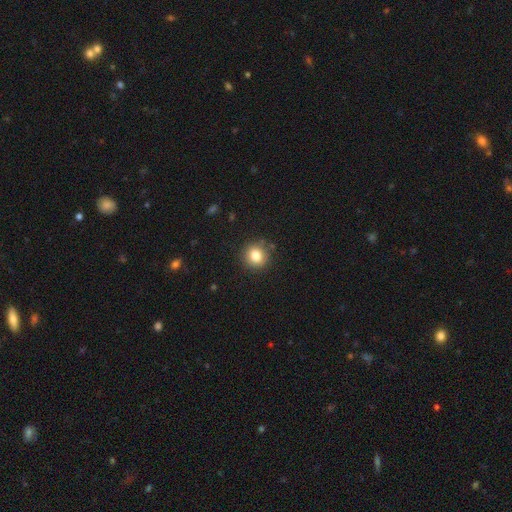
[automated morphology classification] Smooth or featured: smooth — 83% (star or artifact — 11%)
How rounded: round — 83% (in between — 16%)
Merging: none — 87% (minor disturbance — 9%)